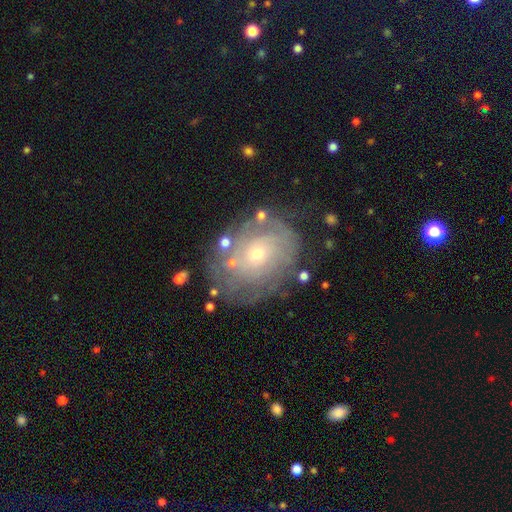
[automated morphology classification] Smooth or featured? Predicted: featured or disk (p=0.63). Edge-on disk? Predicted: no (p=0.95). Bar? Predicted: no (p=0.84). Spiral arms? Predicted: yes (p=0.63). Bulge size? Predicted: small (p=0.66). Merging? Predicted: none (p=0.71).